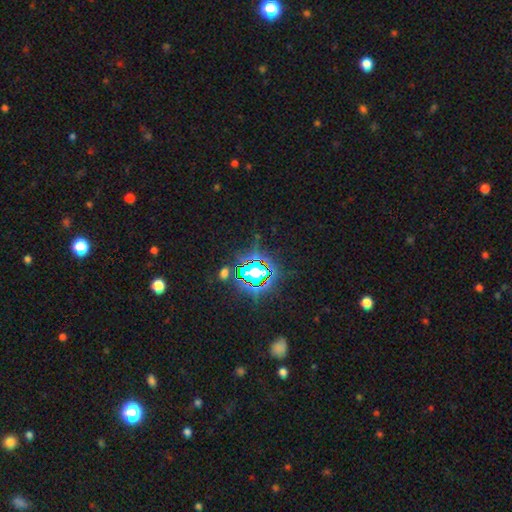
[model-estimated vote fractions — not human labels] Q: Smooth or featured?
A: star or artifact (80%); runner-up: smooth (12%)